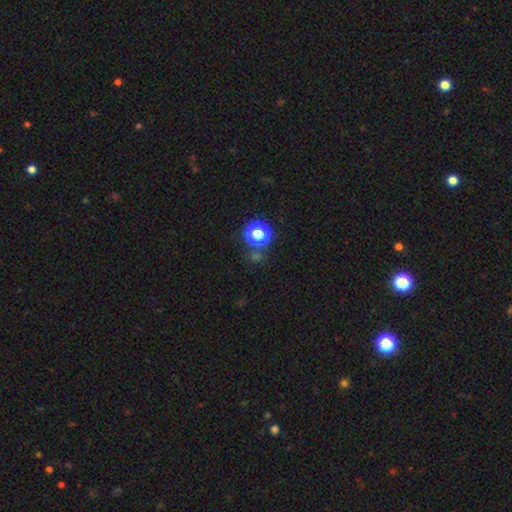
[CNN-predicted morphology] smooth-or-featured: star or artifact: 52% | smooth: 42% | featured or disk: 6%